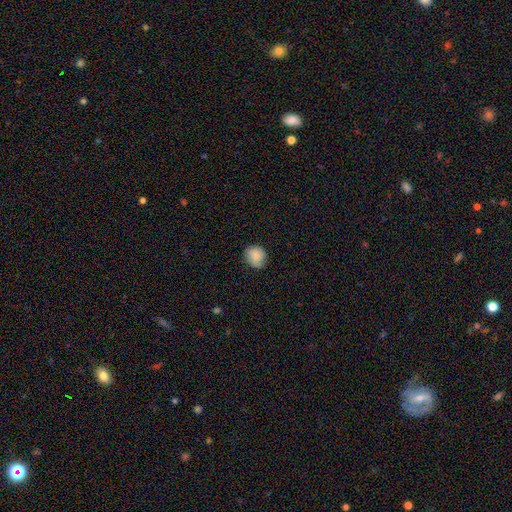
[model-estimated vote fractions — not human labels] Smooth or featured? smooth (87%)
How rounded? round (79%)
Merging? none (79%)